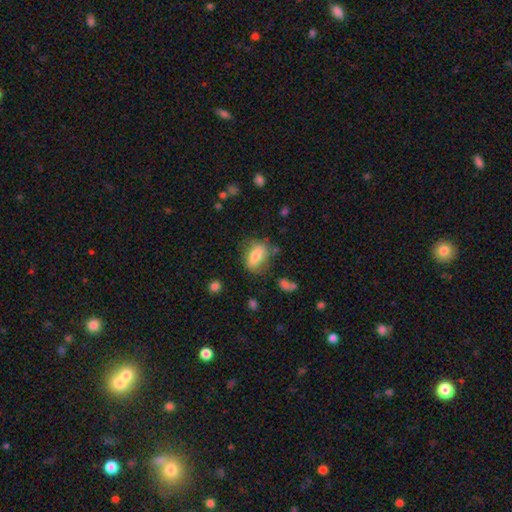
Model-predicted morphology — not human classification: Smooth or featured? smooth (71%)
How rounded? in between (81%)
Merging? none (62%)